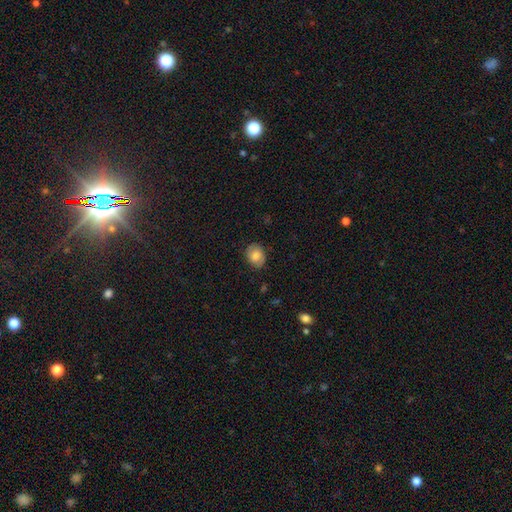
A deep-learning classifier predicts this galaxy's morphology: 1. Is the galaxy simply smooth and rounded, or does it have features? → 74% smooth, 18% featured or disk, 8% star or artifact.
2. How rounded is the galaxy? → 53% in between, 46% round, 1% cigar-shaped.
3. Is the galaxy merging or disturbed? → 81% none, 14% minor disturbance, 3% major disturbance, 1% merger.